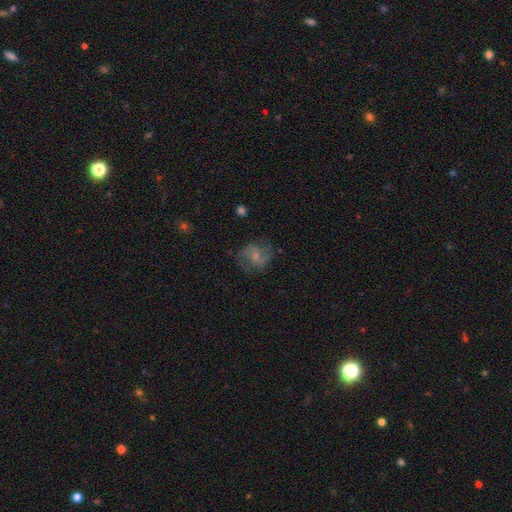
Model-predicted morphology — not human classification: This appears to be a featured or disk galaxy (57%) with no bar (54%), spiral arms (82%) and a small central bulge (59%). Merging: none (63%).